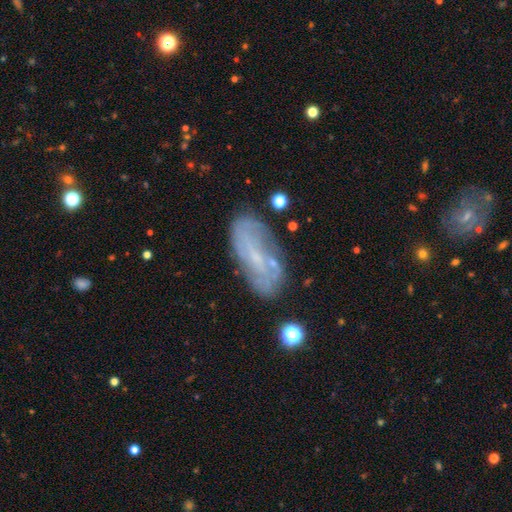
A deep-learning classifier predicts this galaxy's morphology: A featured or disk galaxy (63%) with no bar (47%), spiral arms (69%) and a small central bulge (68%). Merging: none (70%).